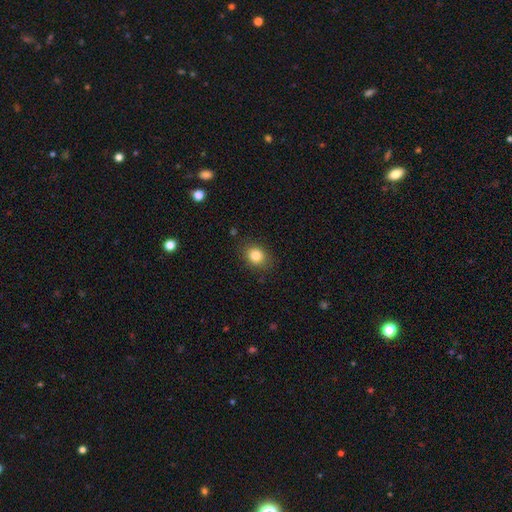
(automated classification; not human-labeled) smooth_or_featured: smooth (p=0.84) [alt: star or artifact p=0.10]
how_rounded: round (p=0.55) [alt: in between p=0.44]
merging: none (p=0.84) [alt: minor disturbance p=0.11]